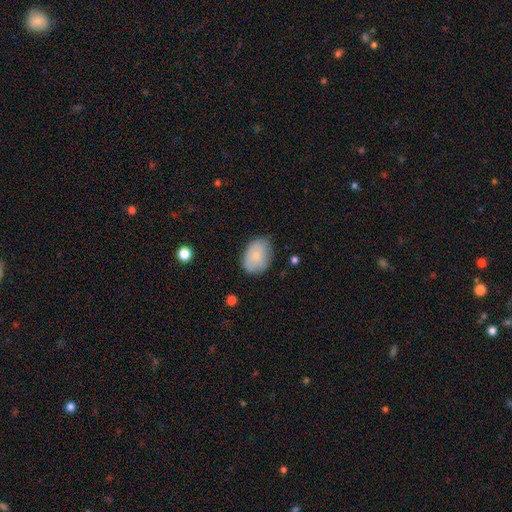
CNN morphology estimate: Q: Smooth or featured?
A: smooth (80%); runner-up: featured or disk (13%)
Q: How rounded?
A: in between (80%); runner-up: round (18%)
Q: Merging?
A: none (75%); runner-up: minor disturbance (19%)